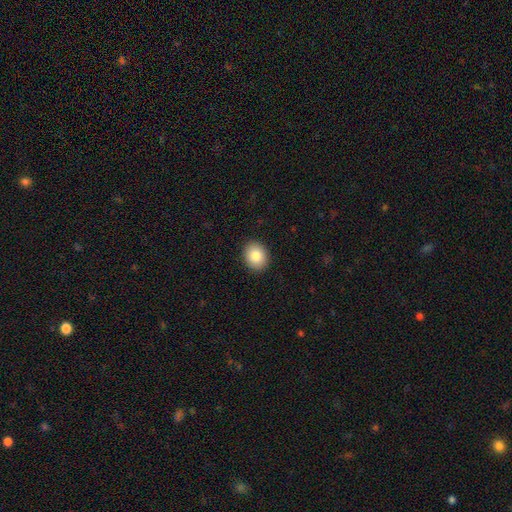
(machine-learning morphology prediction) smooth-or-featured: smooth: 84% | star or artifact: 8% | featured or disk: 8%
  how-rounded: round: 54% | in between: 45% | cigar-shaped: 1%
  merging: none: 91% | minor disturbance: 6% | major disturbance: 2% | merger: 1%